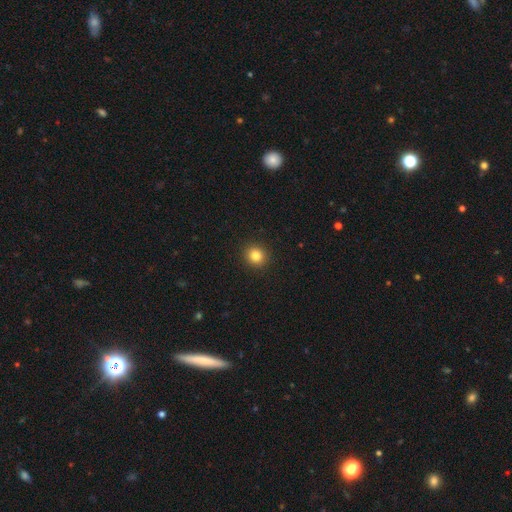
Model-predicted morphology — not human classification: smooth-or-featured: smooth: 83% | star or artifact: 11% | featured or disk: 6%
  how-rounded: round: 88% | in between: 11% | cigar-shaped: 1%
  merging: none: 92% | minor disturbance: 5% | major disturbance: 2% | merger: 1%